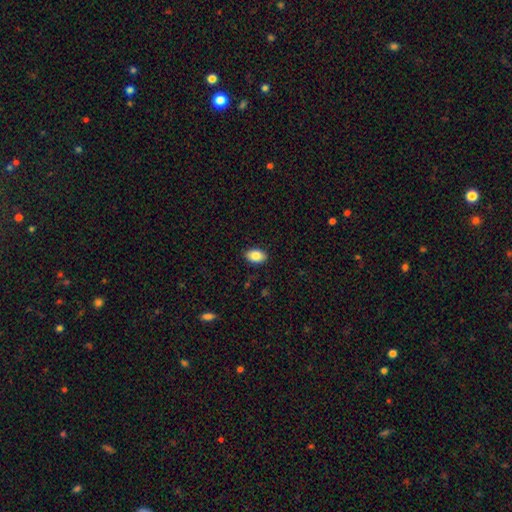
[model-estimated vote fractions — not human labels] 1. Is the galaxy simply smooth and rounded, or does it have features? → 86% smooth, 7% star or artifact, 7% featured or disk.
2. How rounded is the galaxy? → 90% in between, 9% round, 1% cigar-shaped.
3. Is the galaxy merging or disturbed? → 89% none, 8% minor disturbance, 2% major disturbance, 1% merger.